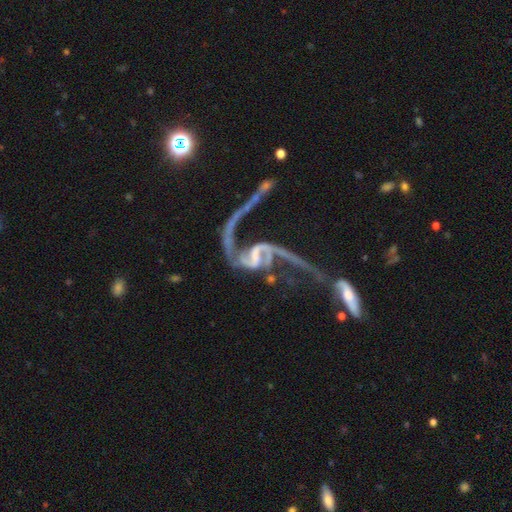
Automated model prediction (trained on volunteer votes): This is clearly a featured or disk galaxy (90%). It is clearly not viewed edge-on (97%). Bar: marginally weak (43%). Spiral arm pattern: clearly yes (94%). Spiral arm count: clearly 2 (90%). Spiral winding: clearly loose (86%). Central bulge: marginally none (43%). Merging: marginally major disturbance (41%).